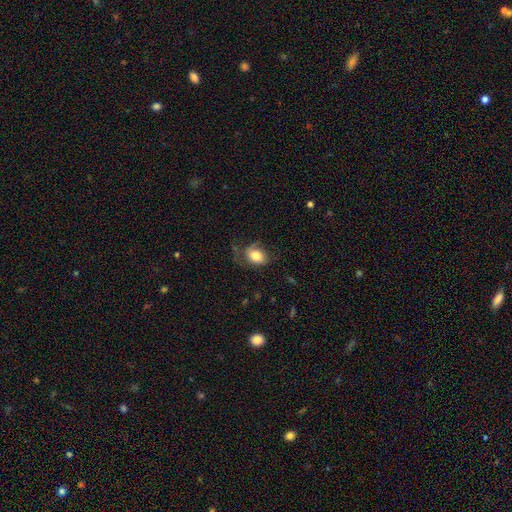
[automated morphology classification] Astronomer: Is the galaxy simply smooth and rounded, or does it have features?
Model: smooth — 73%.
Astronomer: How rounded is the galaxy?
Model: in between — 65%.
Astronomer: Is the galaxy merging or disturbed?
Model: none — 54%.